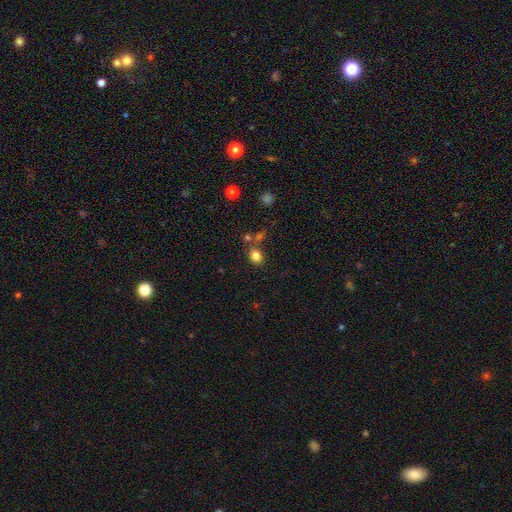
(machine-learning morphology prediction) This appears to be a smooth galaxy with no disk features (81%) that is in between round and cigar-shaped (51%). Merging: none (69%).